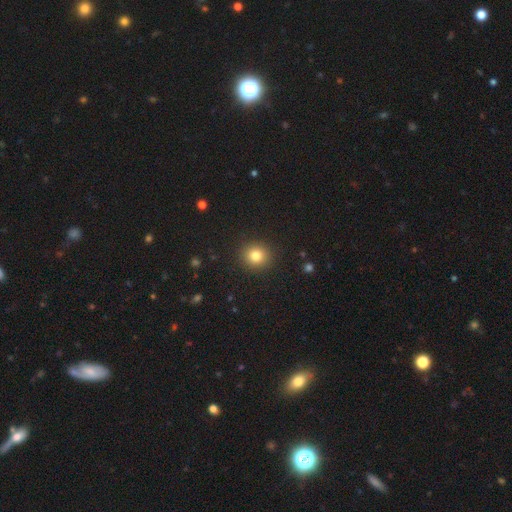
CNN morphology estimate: A smooth galaxy with no disk features (81%) that is round (88%). Merging: none (91%).